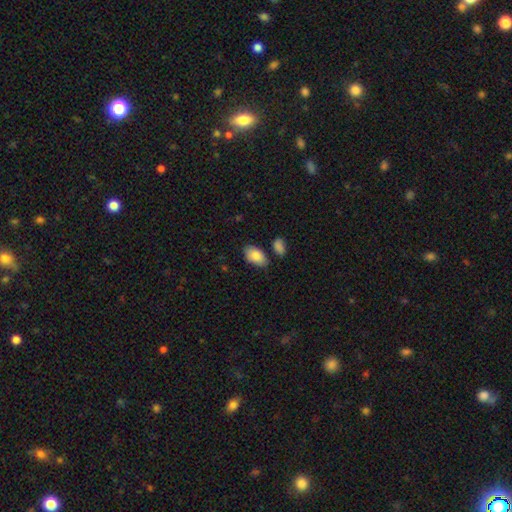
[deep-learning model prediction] The model was most divided on "merging": none: 75%, minor disturbance: 16%, merger: 6%, major disturbance: 3%. More confident: how rounded — in between (94%); smooth or featured — smooth (87%).